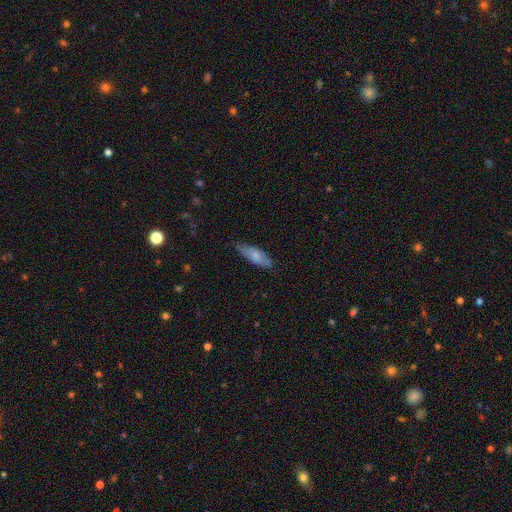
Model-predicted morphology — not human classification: The model was most divided on "how rounded": in between: 57%, cigar-shaped: 41%, round: 2%. More confident: smooth or featured — smooth (75%); merging — none (75%).